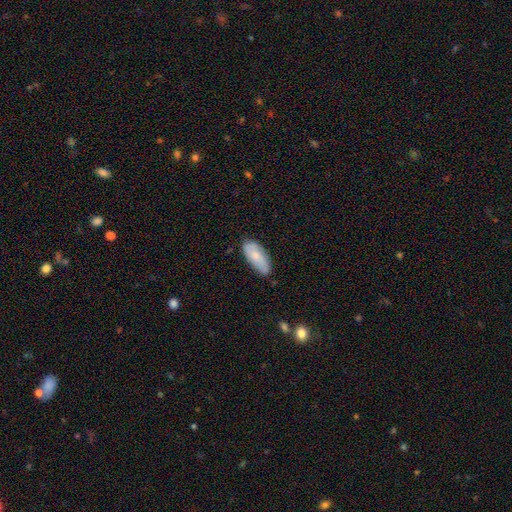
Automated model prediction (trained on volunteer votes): smooth 68%, featured or disk 26%, star or artifact 6%. Down the decision tree: how rounded — in between (85%); merging — none (73%).